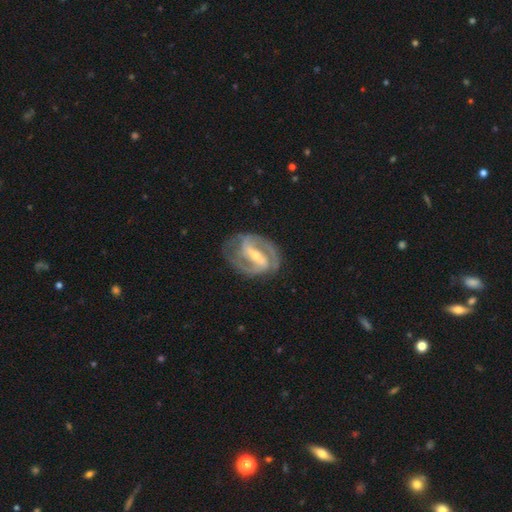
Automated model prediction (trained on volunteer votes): featured or disk 90%, smooth 6%, star or artifact 4%. Down the decision tree: edge-on disk — no (96%); bar — strong (70%); spiral arms — yes (95%); spiral arm count — 2 (86%); spiral winding — medium (48%); bulge size — small (54%); merging — none (76%).